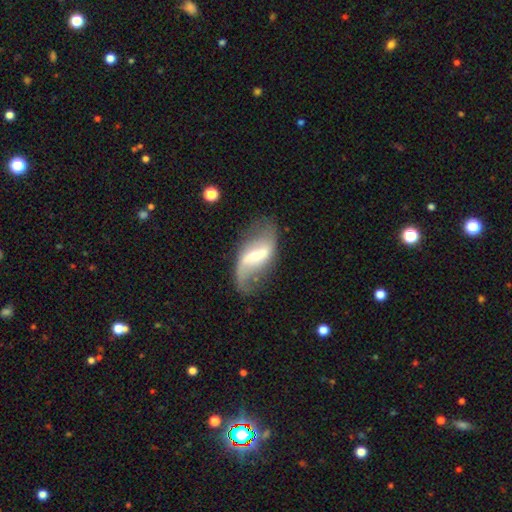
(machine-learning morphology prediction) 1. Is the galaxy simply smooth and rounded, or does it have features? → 83% featured or disk, 12% smooth, 6% star or artifact.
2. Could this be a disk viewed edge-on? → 94% no, 6% yes.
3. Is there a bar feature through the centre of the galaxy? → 53% strong, 34% weak, 13% no.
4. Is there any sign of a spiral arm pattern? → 88% yes, 12% no.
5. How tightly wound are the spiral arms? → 85% loose, 11% medium, 3% tight.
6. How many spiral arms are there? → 88% 2, 6% 1, 3% can't tell, 1% 3, 1% 4, 1% more than 4.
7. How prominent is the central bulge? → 52% small, 38% moderate, 5% large, 4% none, 2% dominant.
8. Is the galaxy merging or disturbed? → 67% none, 19% minor disturbance, 12% major disturbance, 3% merger.